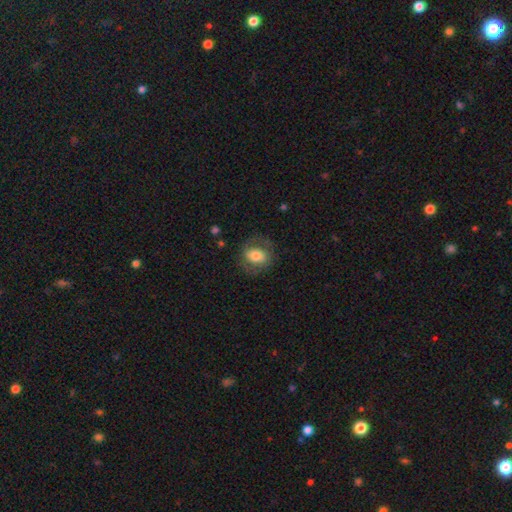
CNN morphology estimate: This appears to be a smooth galaxy with no disk features (61%) that is in between round and cigar-shaped (49%, tied with round). Merging: none (73%).